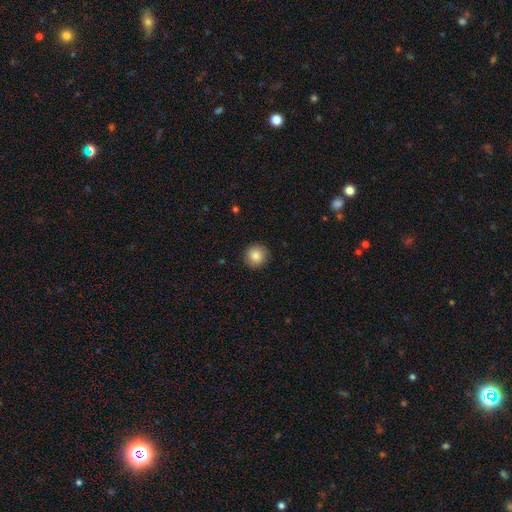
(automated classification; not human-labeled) The model was most divided on "smooth or featured": smooth: 87%, star or artifact: 8%, featured or disk: 5%. More confident: how rounded — round (93%); merging — none (90%).